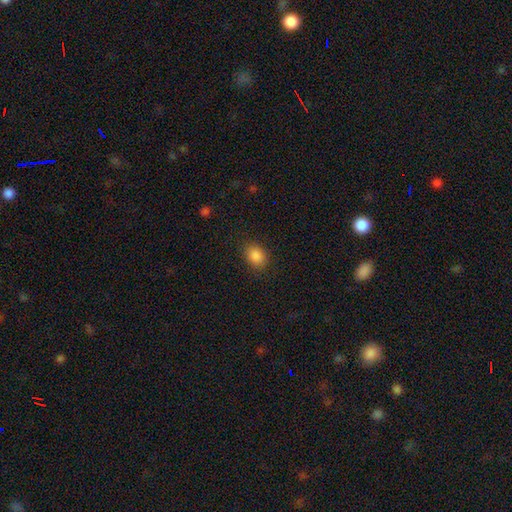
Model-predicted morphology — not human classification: smooth-or-featured: smooth: 87% | star or artifact: 10% | featured or disk: 4%
  how-rounded: in between: 56% | round: 43% | cigar-shaped: 1%
  merging: none: 86% | minor disturbance: 10% | major disturbance: 3% | merger: 1%